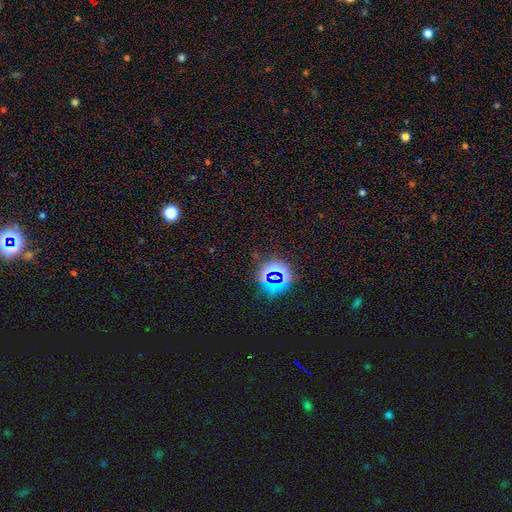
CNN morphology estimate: type=star or artifact (78%).